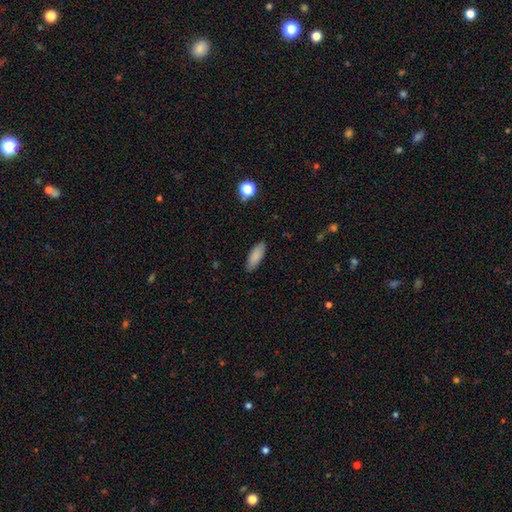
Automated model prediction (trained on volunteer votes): smooth_or_featured: smooth (p=0.87) [alt: star or artifact p=0.07]
how_rounded: in between (p=0.72) [alt: cigar-shaped p=0.26]
merging: none (p=0.86) [alt: minor disturbance p=0.11]